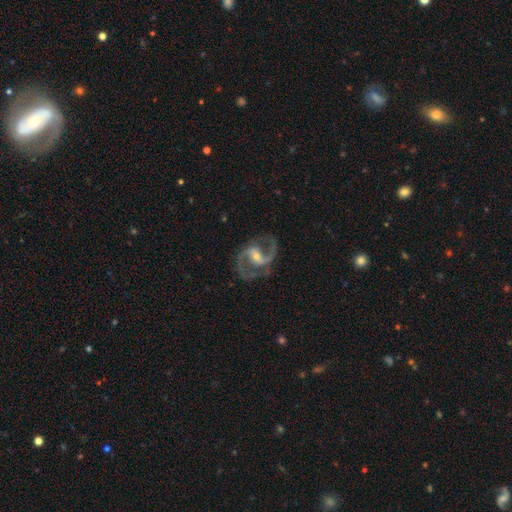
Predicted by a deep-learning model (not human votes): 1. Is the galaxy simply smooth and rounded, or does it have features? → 92% featured or disk, 5% star or artifact, 3% smooth.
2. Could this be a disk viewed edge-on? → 98% no, 2% yes.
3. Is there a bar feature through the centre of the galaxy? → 44% weak, 32% strong, 23% no.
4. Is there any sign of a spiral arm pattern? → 98% yes, 2% no.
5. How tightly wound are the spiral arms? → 62% medium, 27% loose, 11% tight.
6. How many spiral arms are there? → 93% 2, 2% 3, 2% can't tell, 1% 1, 1% 4, 1% more than 4.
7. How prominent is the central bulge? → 57% small, 38% moderate, 2% none, 2% large, 1% dominant.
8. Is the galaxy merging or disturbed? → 77% none, 14% minor disturbance, 8% major disturbance, 2% merger.